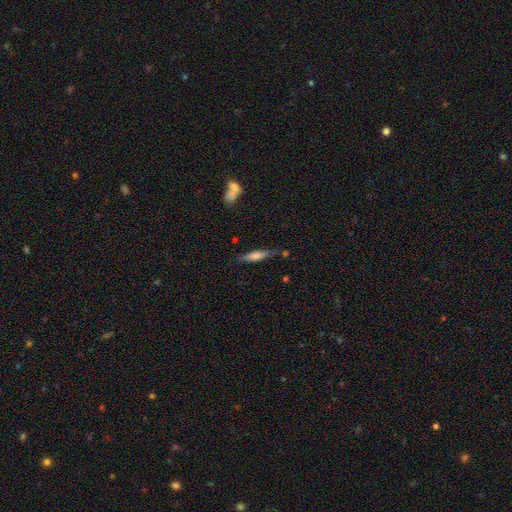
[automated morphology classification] A smooth galaxy with no disk features (54%) that is cigar-shaped (84%). Merging: none (77%).